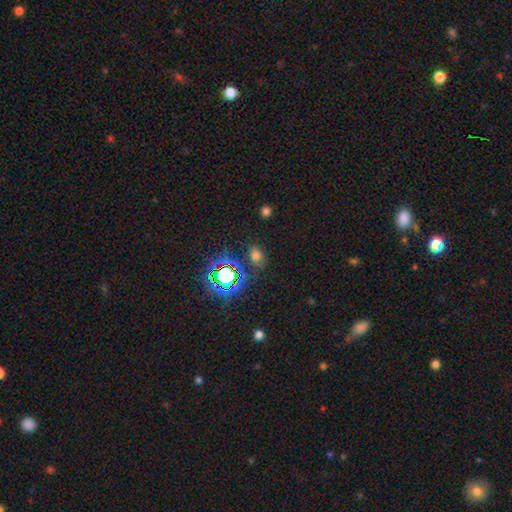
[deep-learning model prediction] Smooth or featured? Predicted: smooth (p=0.58). How rounded? Predicted: in between (p=0.66). Merging? Predicted: none (p=0.76).